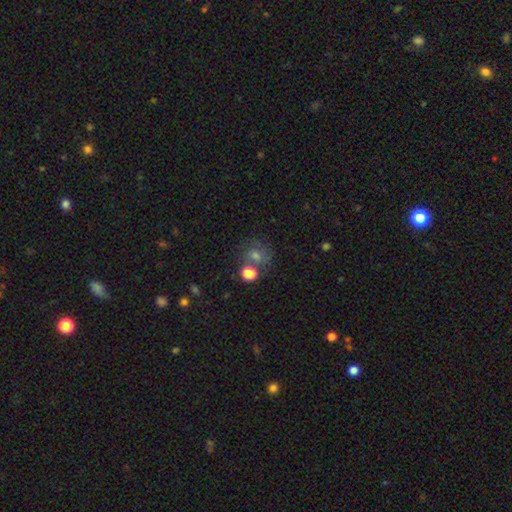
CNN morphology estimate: A smooth galaxy with no disk features (50%) that is round (77%). Merging: none (62%).